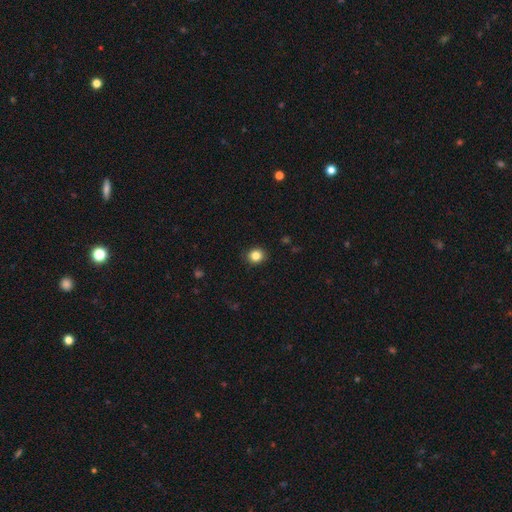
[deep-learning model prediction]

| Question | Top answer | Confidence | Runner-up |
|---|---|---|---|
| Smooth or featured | smooth | 84% | star or artifact (11%) |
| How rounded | round | 82% | in between (17%) |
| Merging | none | 90% | minor disturbance (7%) |